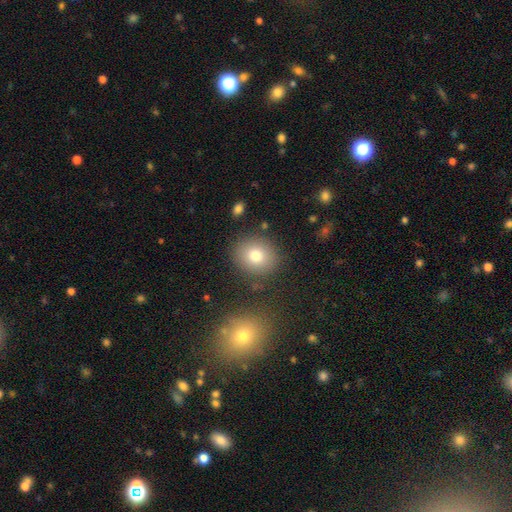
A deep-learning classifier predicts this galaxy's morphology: Smooth or featured? smooth (78%)
How rounded? round (79%)
Merging? none (84%)